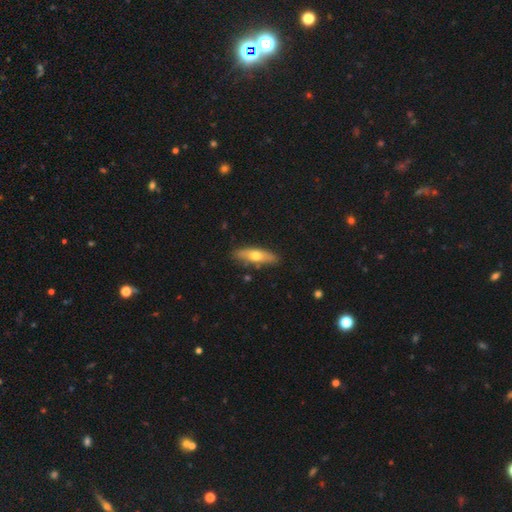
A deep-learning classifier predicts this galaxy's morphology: Smooth or featured: smooth — 56% (featured or disk — 39%)
How rounded: cigar-shaped — 54% (in between — 43%)
Merging: none — 83% (minor disturbance — 12%)